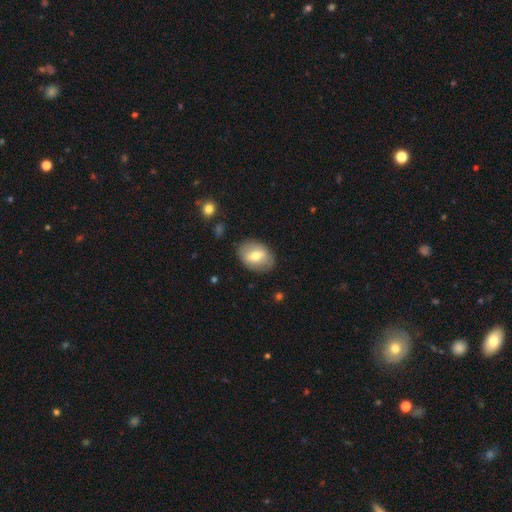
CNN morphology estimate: Smooth or featured? smooth (58%)
How rounded? in between (76%)
Merging? none (83%)